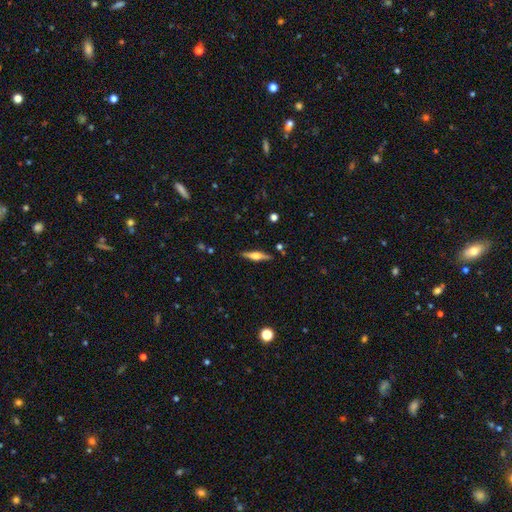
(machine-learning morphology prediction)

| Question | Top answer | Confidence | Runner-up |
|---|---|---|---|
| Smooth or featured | featured or disk | 61% | smooth (33%) |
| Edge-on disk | yes | 96% | no (4%) |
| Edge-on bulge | rounded | 86% | boxy (10%) |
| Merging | none | 87% | minor disturbance (9%) |